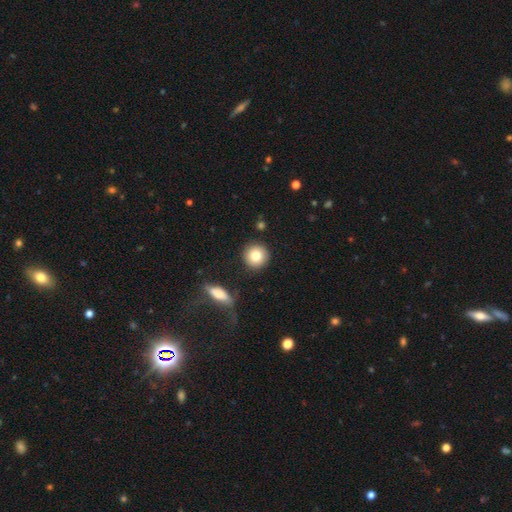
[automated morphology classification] This is clearly a smooth galaxy (81%). How rounded: clearly round (92%). Merging: clearly none (88%).